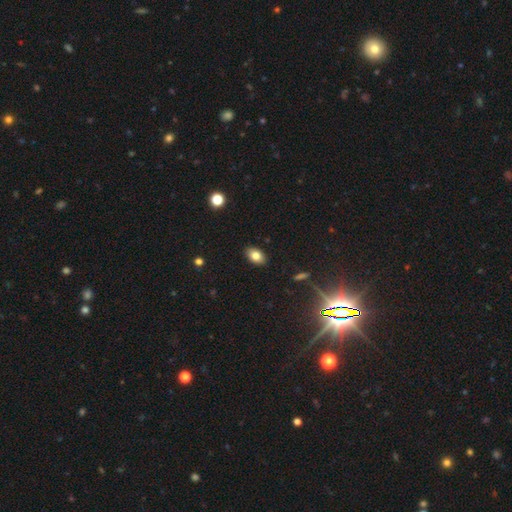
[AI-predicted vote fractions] Overall: smooth (80%). How rounded: in between (89%). Merging: none (89%).